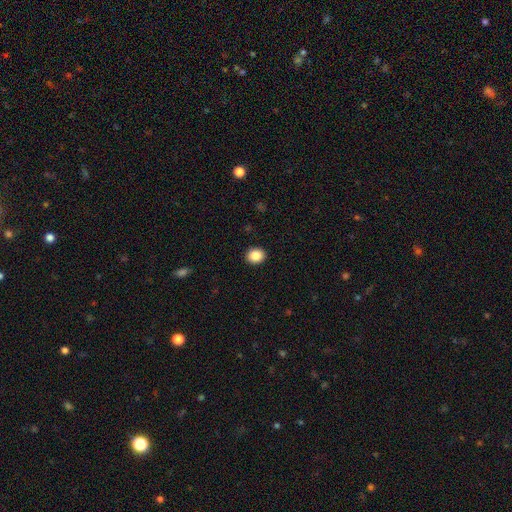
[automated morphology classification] Smooth or featured? smooth (87%)
How rounded? round (70%)
Merging? none (92%)